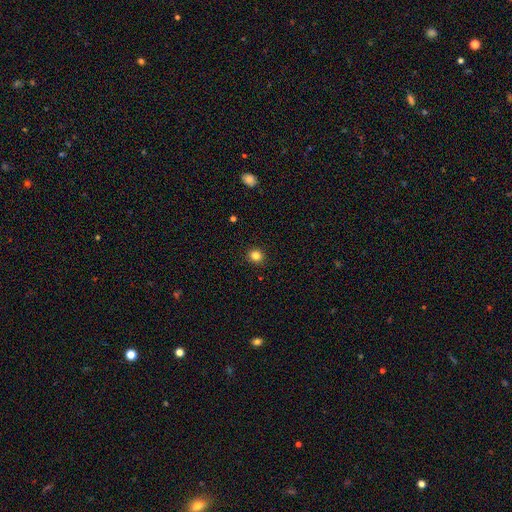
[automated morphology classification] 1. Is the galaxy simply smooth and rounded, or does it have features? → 83% smooth, 12% star or artifact, 5% featured or disk.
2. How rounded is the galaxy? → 88% round, 11% in between, 1% cigar-shaped.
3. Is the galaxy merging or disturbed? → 92% none, 6% minor disturbance, 2% major disturbance, 1% merger.